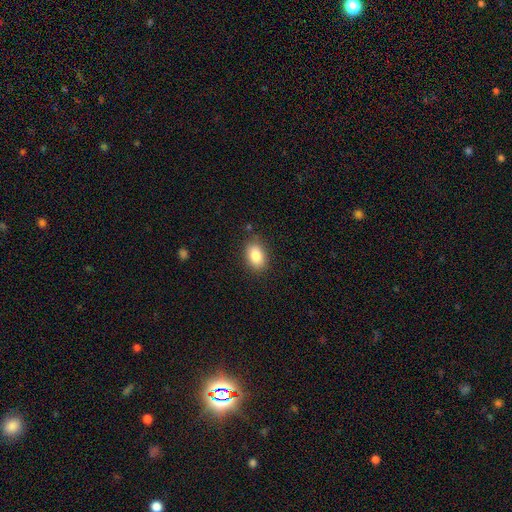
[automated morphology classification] A smooth galaxy with no disk features (85%) that is in between round and cigar-shaped (83%).

Vote fractions:
- Smooth or featured? smooth: 85% / star or artifact: 8% / featured or disk: 7%
- How rounded? in between: 83% / round: 15% / cigar-shaped: 1%
- Merging? none: 85% / minor disturbance: 11% / major disturbance: 3% / merger: 1%